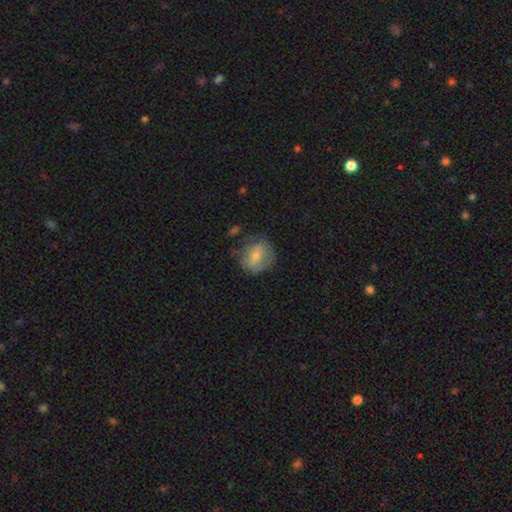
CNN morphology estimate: Q: Smooth or featured?
A: smooth (61%); runner-up: featured or disk (29%)
Q: How rounded?
A: round (70%); runner-up: in between (29%)
Q: Merging?
A: none (66%); runner-up: minor disturbance (22%)